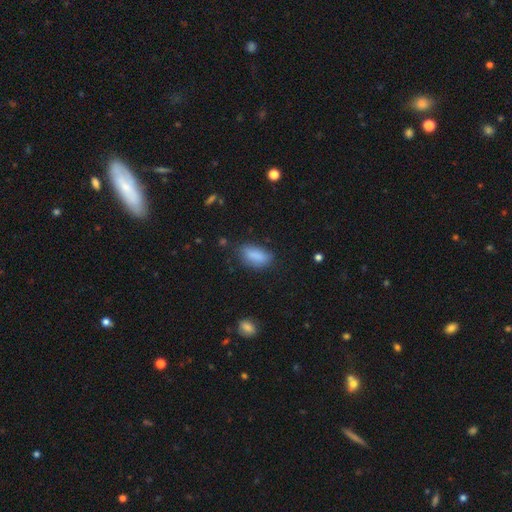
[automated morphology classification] Smooth or featured?
  - smooth: 86% *
  - star or artifact: 8%
  - featured or disk: 6%
How rounded?
  - in between: 90% *
  - cigar-shaped: 7%
  - round: 4%
Merging?
  - none: 73% *
  - minor disturbance: 20%
  - major disturbance: 5%
  - merger: 2%